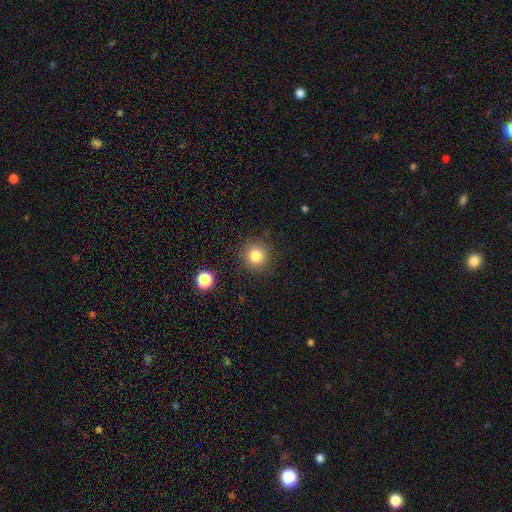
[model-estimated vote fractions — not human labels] smooth 82%, star or artifact 12%, featured or disk 6%. Down the decision tree: how rounded — round (93%); merging — none (89%).